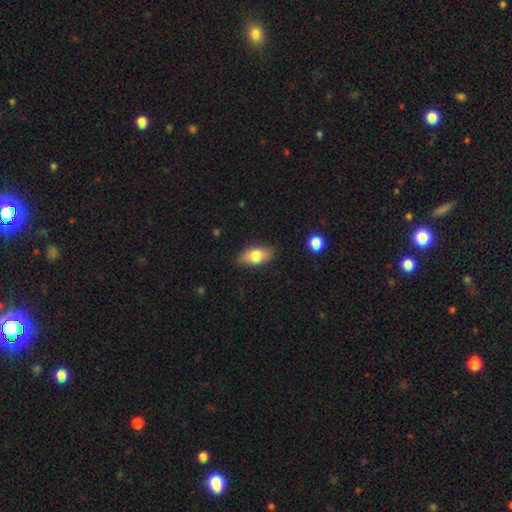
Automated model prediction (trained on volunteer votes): smooth_or_featured: smooth (p=0.76) [alt: featured or disk p=0.17]
how_rounded: in between (p=0.88) [alt: round p=0.06]
merging: none (p=0.84) [alt: minor disturbance p=0.12]